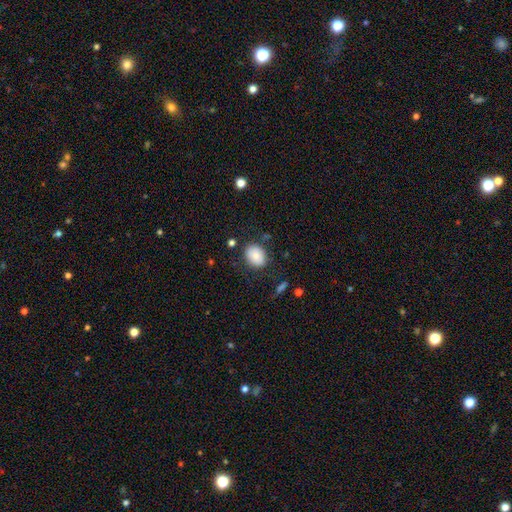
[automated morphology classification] The model was most divided on "how rounded": in between: 62%, round: 37%, cigar-shaped: 1%. More confident: smooth or featured — smooth (85%); merging — none (78%).